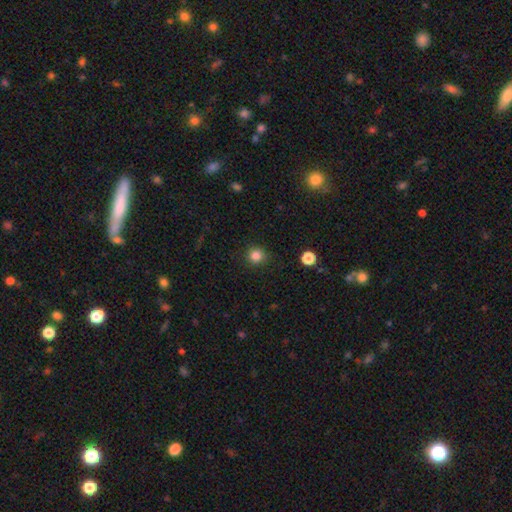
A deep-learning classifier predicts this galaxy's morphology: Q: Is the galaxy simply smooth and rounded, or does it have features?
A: smooth — 83%.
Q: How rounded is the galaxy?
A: round — 93%.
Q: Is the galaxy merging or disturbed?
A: none — 89%.